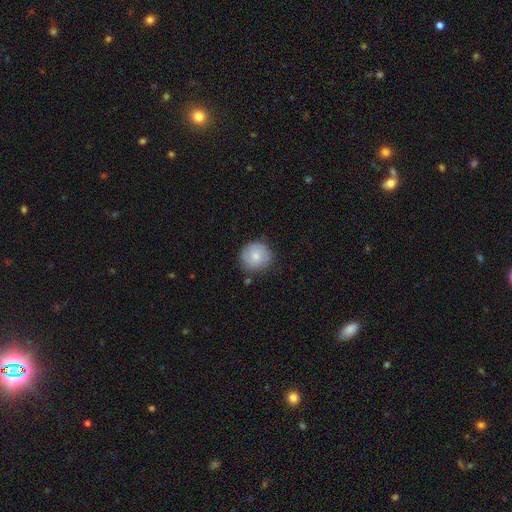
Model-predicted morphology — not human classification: This appears to be a smooth galaxy with no disk features (69%) that is round (90%). Merging: none (79%).